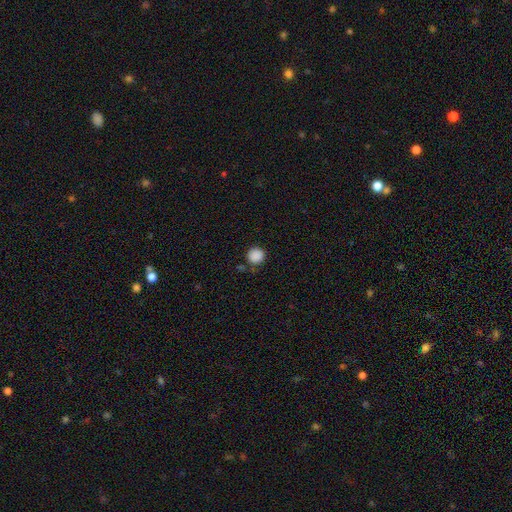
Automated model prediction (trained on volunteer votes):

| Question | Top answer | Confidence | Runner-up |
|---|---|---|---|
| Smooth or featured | smooth | 88% | star or artifact (10%) |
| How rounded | round | 92% | in between (7%) |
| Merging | none | 83% | minor disturbance (10%) |